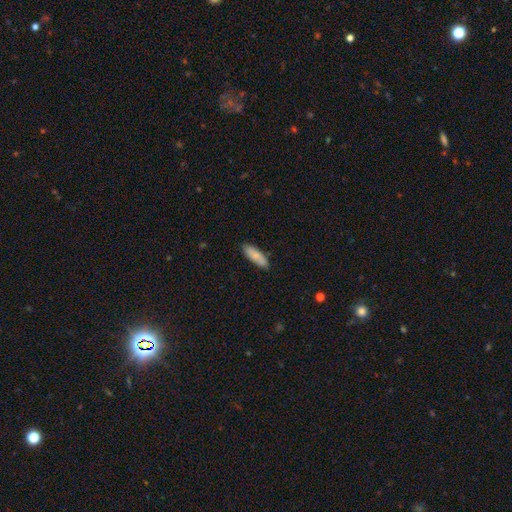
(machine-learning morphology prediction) smooth_or_featured: smooth (p=0.82) [alt: featured or disk p=0.12]
how_rounded: in between (p=0.62) [alt: cigar-shaped p=0.37]
merging: none (p=0.86) [alt: minor disturbance p=0.11]